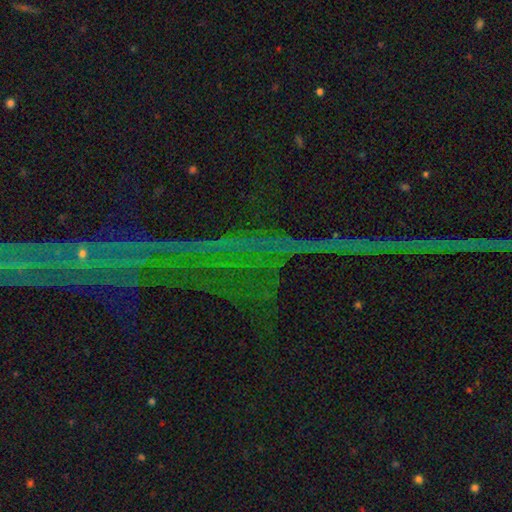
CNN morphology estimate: This appears to be a star or artifact, not a galaxy (86%).